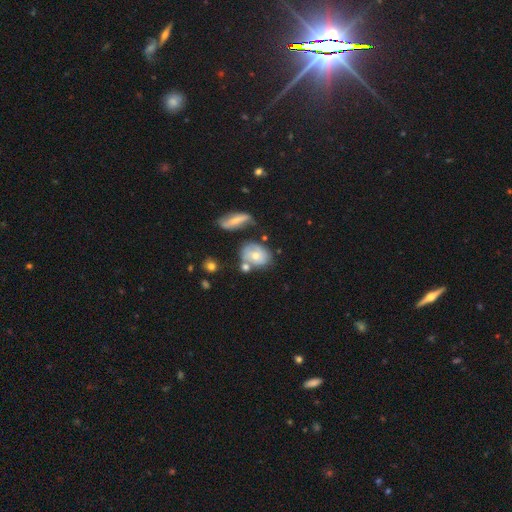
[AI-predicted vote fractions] Smooth or featured? smooth (50%)
How rounded? in between (60%)
Merging? none (43%)